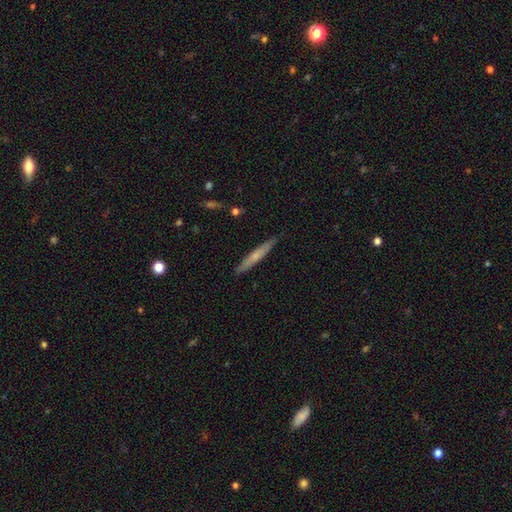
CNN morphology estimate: The model was most divided on "smooth or featured": smooth: 55%, featured or disk: 39%, star or artifact: 6%. More confident: how rounded — cigar-shaped (95%); merging — none (89%).